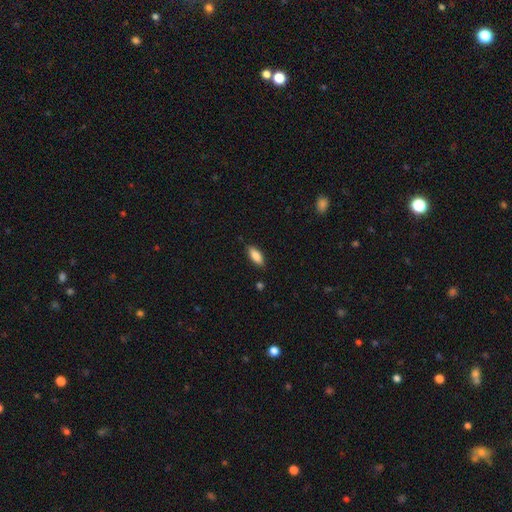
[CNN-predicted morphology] Smooth or featured?
  - smooth: 85% *
  - featured or disk: 9%
  - star or artifact: 6%
How rounded?
  - in between: 77% *
  - cigar-shaped: 21%
  - round: 2%
Merging?
  - none: 86% *
  - minor disturbance: 10%
  - major disturbance: 2%
  - merger: 1%